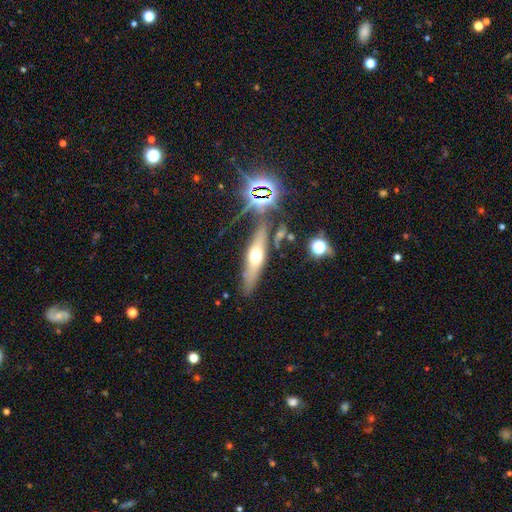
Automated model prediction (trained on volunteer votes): Smooth or featured? Predicted: featured or disk (p=0.52). Edge-on disk? Predicted: yes (p=0.85). Merging? Predicted: none (p=0.79).